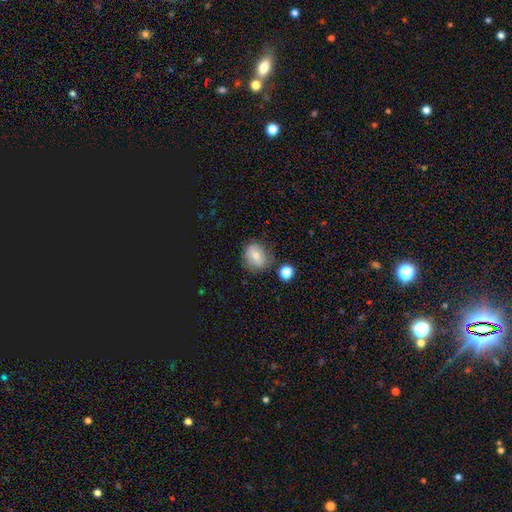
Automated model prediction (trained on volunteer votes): Smooth or featured? smooth (72%)
How rounded? round (61%)
Merging? none (71%)